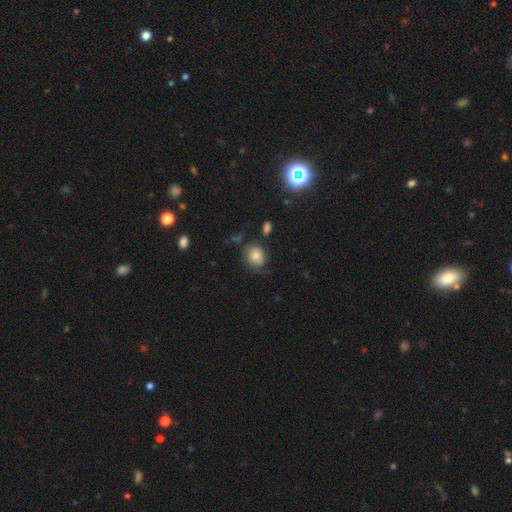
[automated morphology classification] Smooth or featured?
  - smooth: 80% *
  - featured or disk: 11%
  - star or artifact: 9%
How rounded?
  - round: 57% *
  - in between: 42%
  - cigar-shaped: 1%
Merging?
  - none: 62% *
  - minor disturbance: 25%
  - major disturbance: 9%
  - merger: 4%